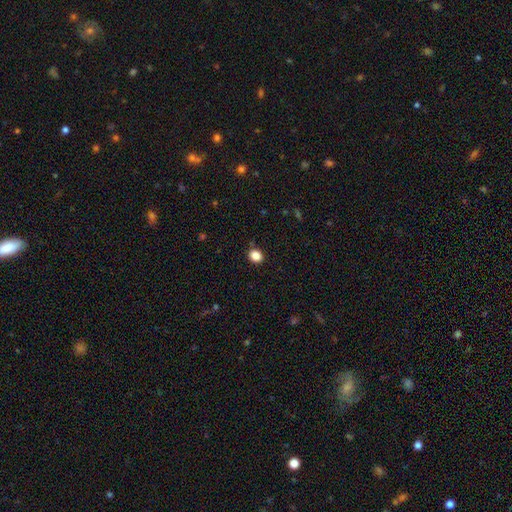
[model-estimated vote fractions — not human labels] Smooth or featured: smooth — 86% (star or artifact — 10%)
How rounded: round — 58% (in between — 41%)
Merging: none — 88% (minor disturbance — 8%)